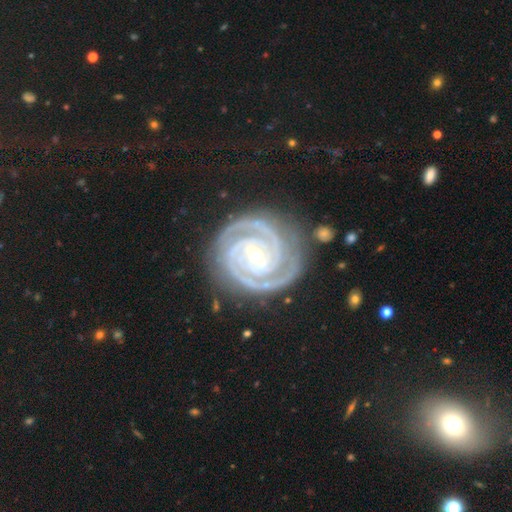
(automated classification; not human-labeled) A featured or disk galaxy (94%) with a strong bar (44%), 2 (71%) tight (86%) spiral arms (99%) and a moderate central bulge (61%). Merging: none (81%).